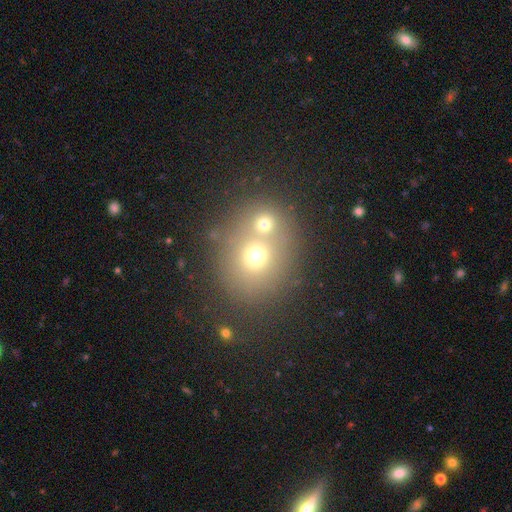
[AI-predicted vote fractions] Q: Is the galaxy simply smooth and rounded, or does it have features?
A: smooth — 64%.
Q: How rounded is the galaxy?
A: round — 78%.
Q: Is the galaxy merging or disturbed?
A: merger — 48%.